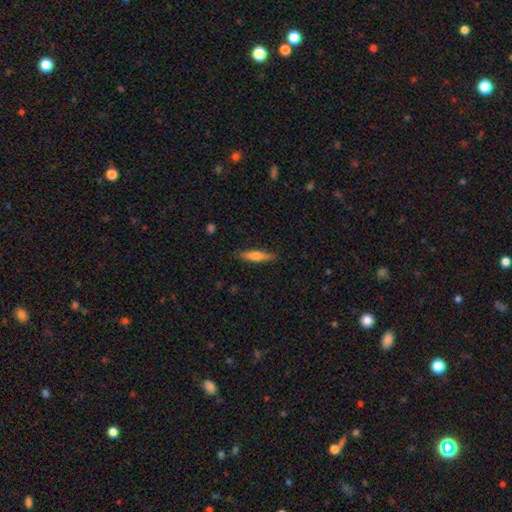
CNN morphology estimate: Smooth or featured?
  - smooth: 63% *
  - featured or disk: 31%
  - star or artifact: 6%
How rounded?
  - cigar-shaped: 78% *
  - in between: 21%
  - round: 2%
Merging?
  - none: 85% *
  - minor disturbance: 11%
  - major disturbance: 2%
  - merger: 1%